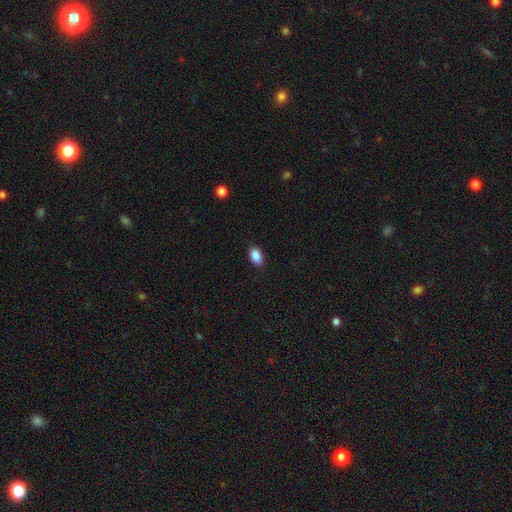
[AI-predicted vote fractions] This appears to be a smooth galaxy with no disk features (89%) that is in between round and cigar-shaped (90%). Merging: none (87%).